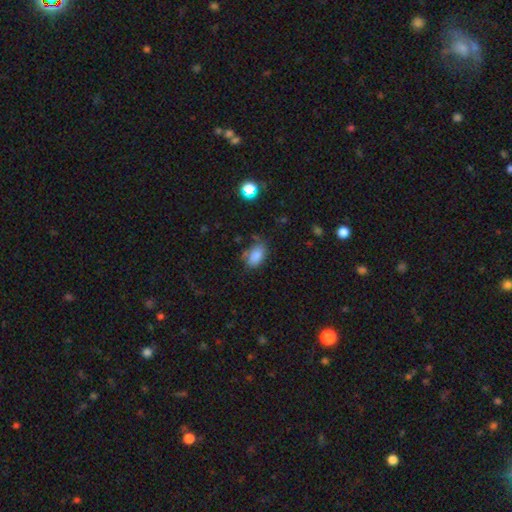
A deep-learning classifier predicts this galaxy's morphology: Smooth or featured? Predicted: smooth (p=0.83). How rounded? Predicted: in between (p=0.90). Merging? Predicted: none (p=0.57).